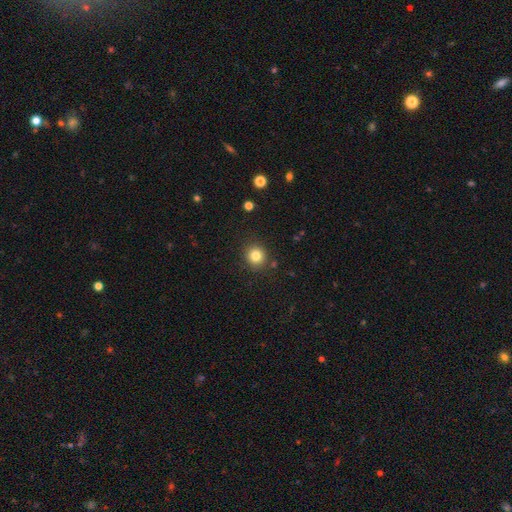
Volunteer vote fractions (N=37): Smooth or featured? smooth (89%)
How rounded? round (100%)
Merging? none (83%)